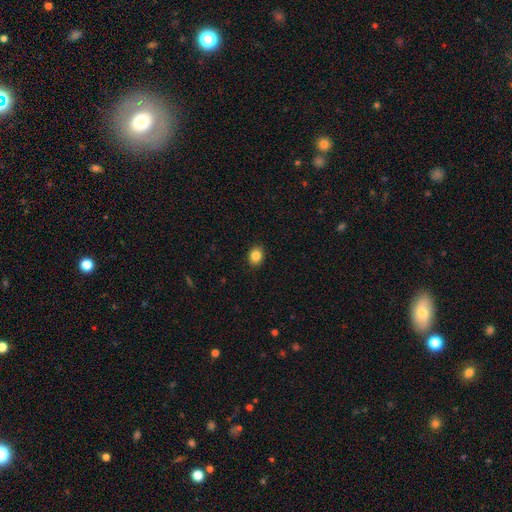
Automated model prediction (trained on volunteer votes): smooth_or_featured: smooth (p=0.86) [alt: star or artifact p=0.10]
how_rounded: round (p=0.57) [alt: in between p=0.42]
merging: none (p=0.90) [alt: minor disturbance p=0.07]